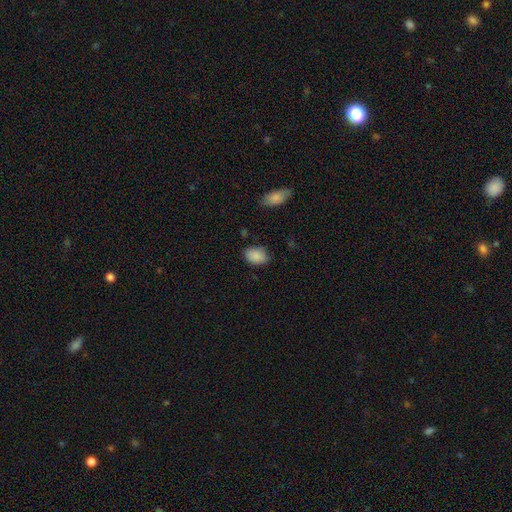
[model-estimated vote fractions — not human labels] Smooth or featured? smooth (88%)
How rounded? in between (82%)
Merging? none (74%)